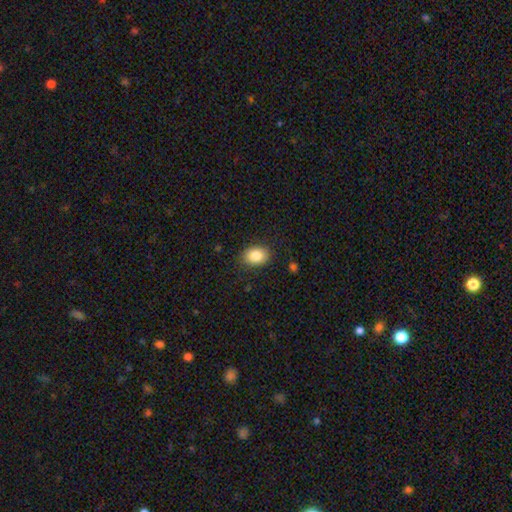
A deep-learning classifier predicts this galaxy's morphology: Smooth or featured?
  - smooth: 85% *
  - star or artifact: 8%
  - featured or disk: 7%
How rounded?
  - in between: 68% *
  - round: 31%
  - cigar-shaped: 1%
Merging?
  - none: 86% *
  - minor disturbance: 10%
  - major disturbance: 3%
  - merger: 1%